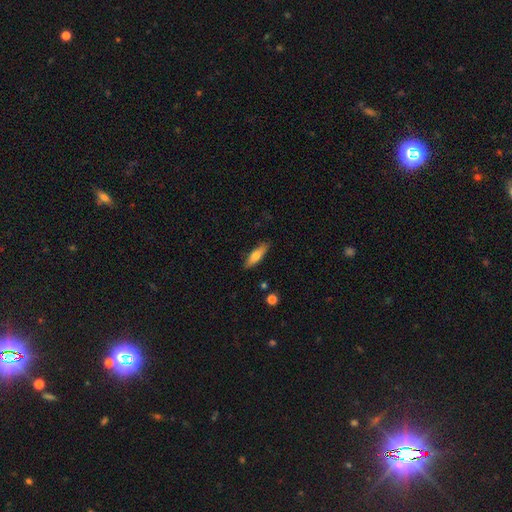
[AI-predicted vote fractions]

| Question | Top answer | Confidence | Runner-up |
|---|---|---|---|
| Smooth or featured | smooth | 70% | featured or disk (24%) |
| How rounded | cigar-shaped | 58% | in between (39%) |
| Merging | none | 85% | minor disturbance (11%) |